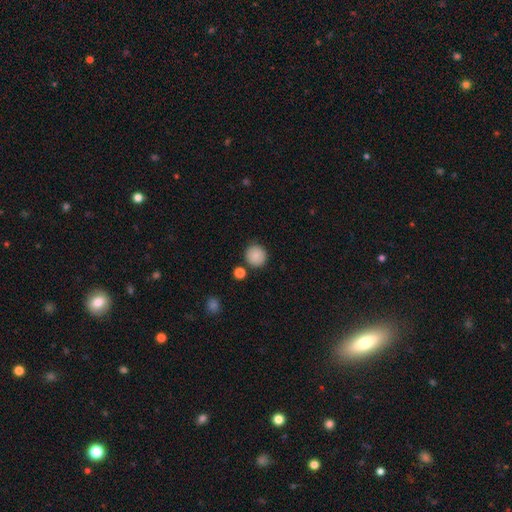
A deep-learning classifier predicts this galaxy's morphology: This is clearly a smooth galaxy (87%). How rounded: clearly round (93%). Merging: clearly none (86%).